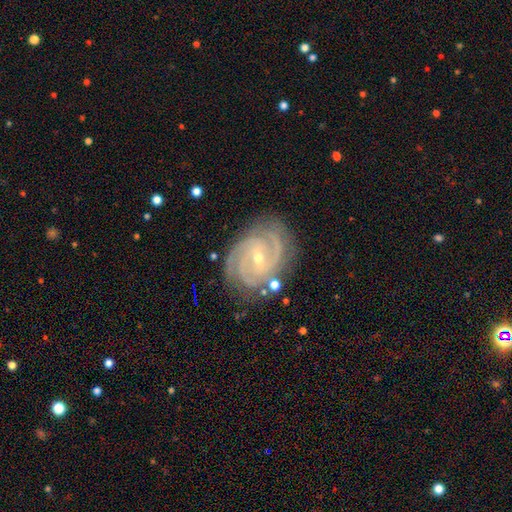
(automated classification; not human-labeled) Overall: featured or disk (88%). Edge-on disk: no (97%). Bar: no (40%, tied with weak). Spiral arms: yes (98%). Spiral arm count: 2 (43%; 3 24%). Spiral winding: tight (70%). Bulge size: small (72%). Merging: none (80%).